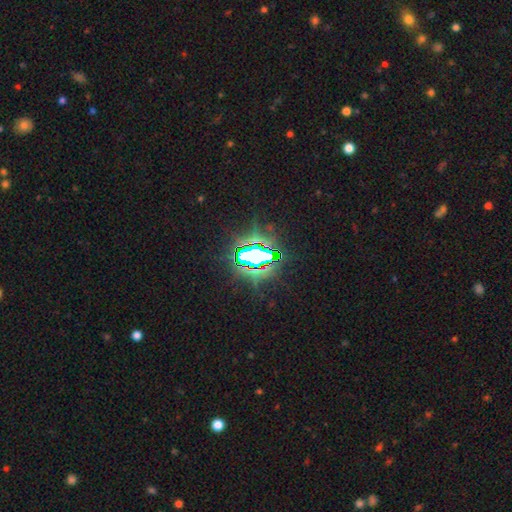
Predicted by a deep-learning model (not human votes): Overall: star or artifact (78%).